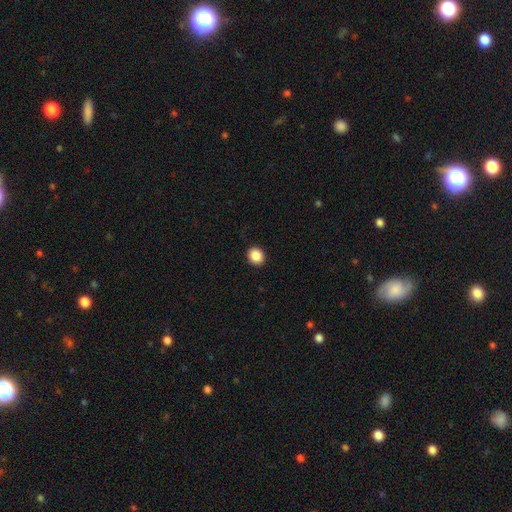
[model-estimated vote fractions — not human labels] Q: Smooth or featured?
A: smooth (88%); runner-up: star or artifact (9%)
Q: How rounded?
A: round (81%); runner-up: in between (18%)
Q: Merging?
A: none (92%); runner-up: minor disturbance (5%)